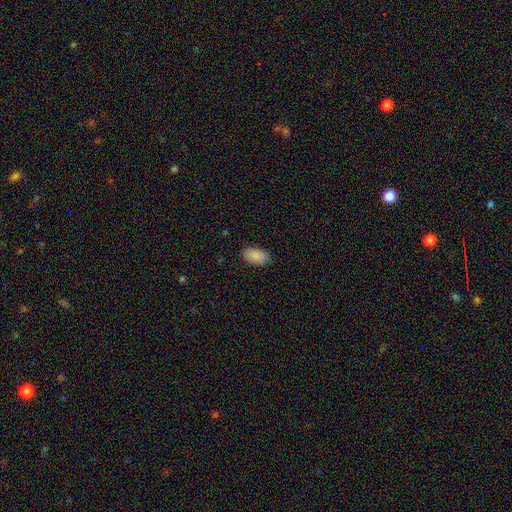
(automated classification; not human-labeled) Smooth or featured: smooth — 90% (star or artifact — 7%)
How rounded: in between — 94% (round — 4%)
Merging: none — 88% (minor disturbance — 9%)